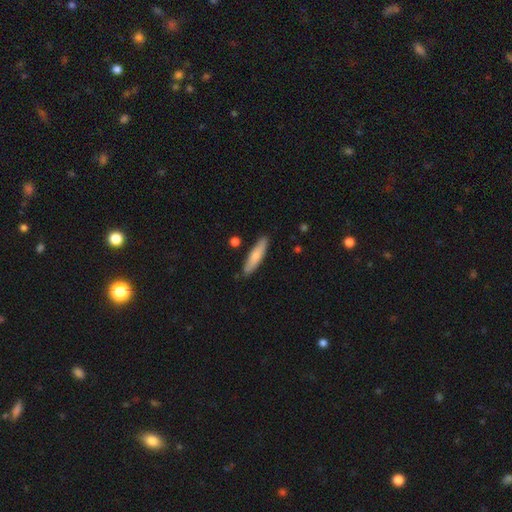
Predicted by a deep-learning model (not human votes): Overall: smooth (74%). How rounded: cigar-shaped (80%). Merging: none (85%).